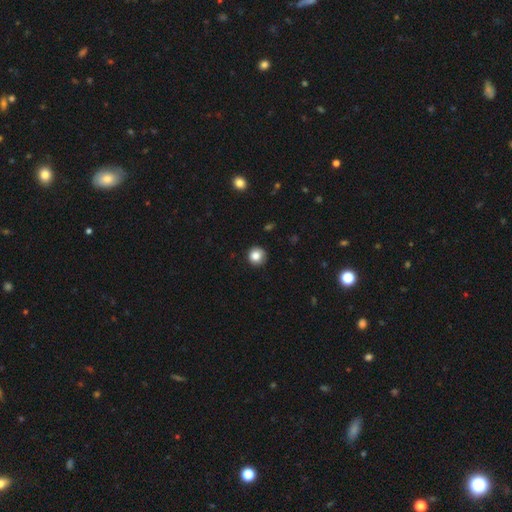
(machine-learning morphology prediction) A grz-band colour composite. It shows a smooth galaxy with no disk features (85%) that is round (93%). Merging: none (87%).